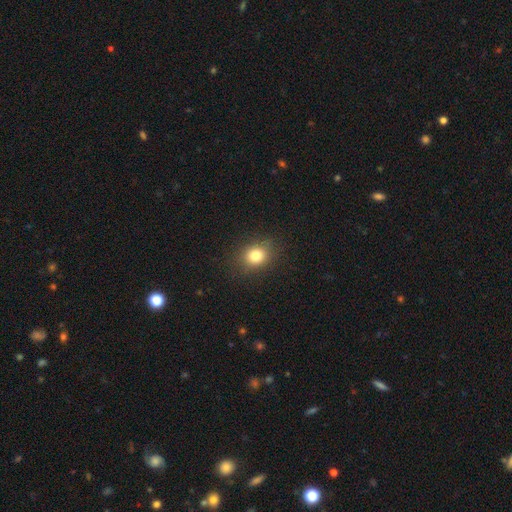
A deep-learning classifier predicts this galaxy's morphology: Smooth or featured?
  - smooth: 81% *
  - star or artifact: 12%
  - featured or disk: 7%
How rounded?
  - round: 61% *
  - in between: 38%
  - cigar-shaped: 1%
Merging?
  - none: 86% *
  - minor disturbance: 10%
  - major disturbance: 3%
  - merger: 1%